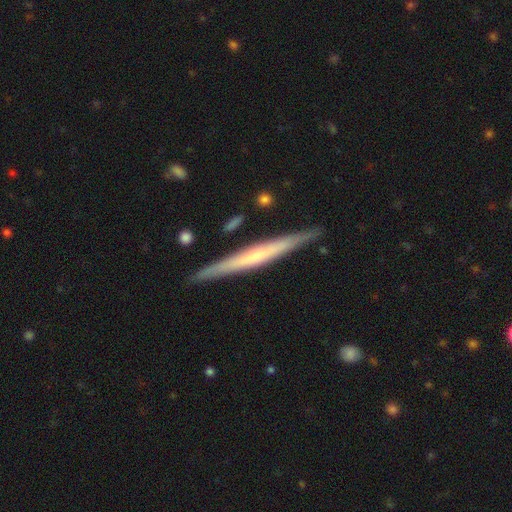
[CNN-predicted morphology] Overall: featured or disk (60%; smooth 34%). Edge-on disk: yes (97%). Edge-on bulge: none (62%; rounded 28%). Merging: none (88%).